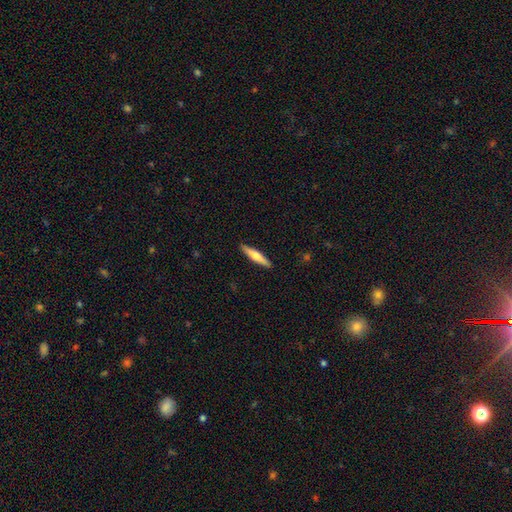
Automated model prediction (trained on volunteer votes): smooth_or_featured: smooth (p=0.51) [alt: featured or disk p=0.44]
how_rounded: cigar-shaped (p=0.87) [alt: in between p=0.12]
merging: none (p=0.91) [alt: minor disturbance p=0.07]